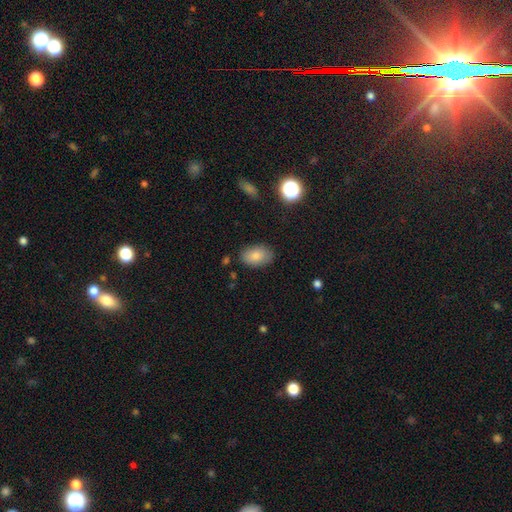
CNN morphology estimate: Q: Smooth or featured?
A: smooth (82%); runner-up: featured or disk (10%)
Q: How rounded?
A: in between (89%); runner-up: round (10%)
Q: Merging?
A: none (83%); runner-up: minor disturbance (12%)